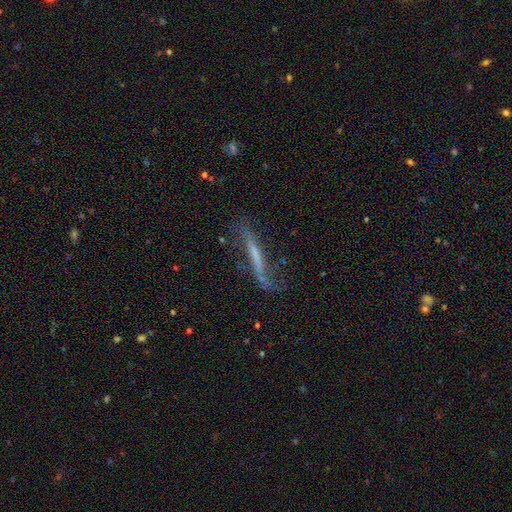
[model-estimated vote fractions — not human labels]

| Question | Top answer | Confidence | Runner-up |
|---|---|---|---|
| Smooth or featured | featured or disk | 55% | smooth (37%) |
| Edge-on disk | yes | 72% | no (28%) |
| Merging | none | 52% | minor disturbance (26%) |